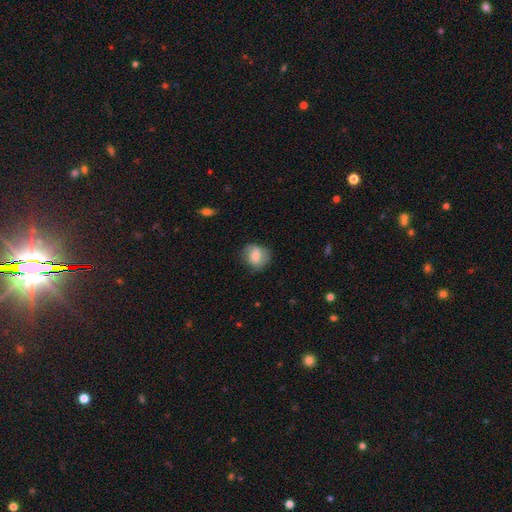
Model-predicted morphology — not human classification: Q: Smooth or featured?
A: smooth (70%); runner-up: featured or disk (23%)
Q: How rounded?
A: round (70%); runner-up: in between (29%)
Q: Merging?
A: none (72%); runner-up: minor disturbance (20%)